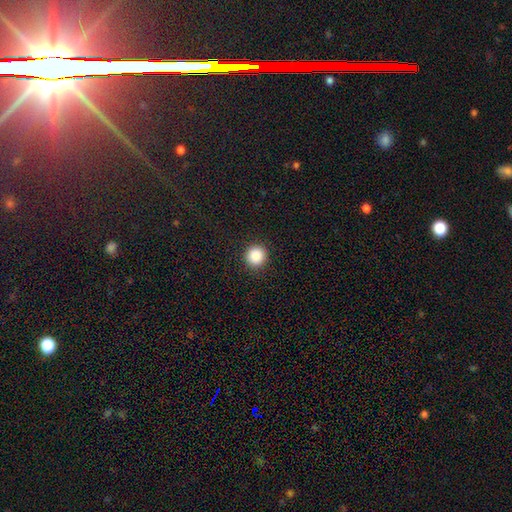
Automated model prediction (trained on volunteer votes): Smooth or featured? smooth (88%)
How rounded? round (93%)
Merging? none (92%)